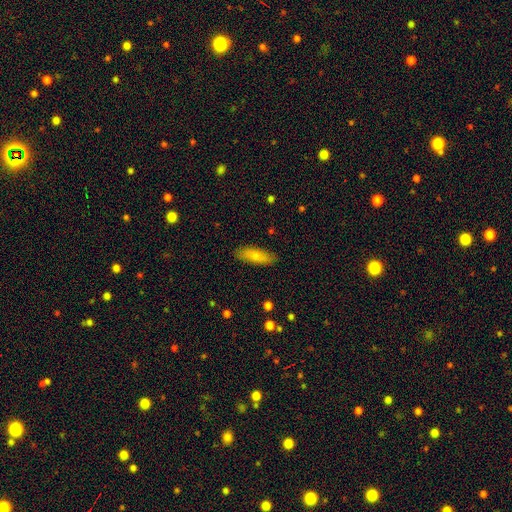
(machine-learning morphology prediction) A smooth galaxy with no disk features (78%) that is in between round and cigar-shaped (63%). Merging: none (87%).